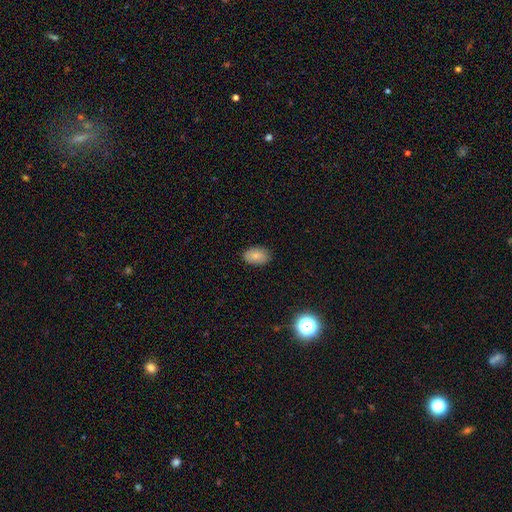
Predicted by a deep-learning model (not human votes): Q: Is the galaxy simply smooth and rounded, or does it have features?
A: smooth — 85%.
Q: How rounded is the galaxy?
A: in between — 89%.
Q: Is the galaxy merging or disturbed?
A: none — 87%.